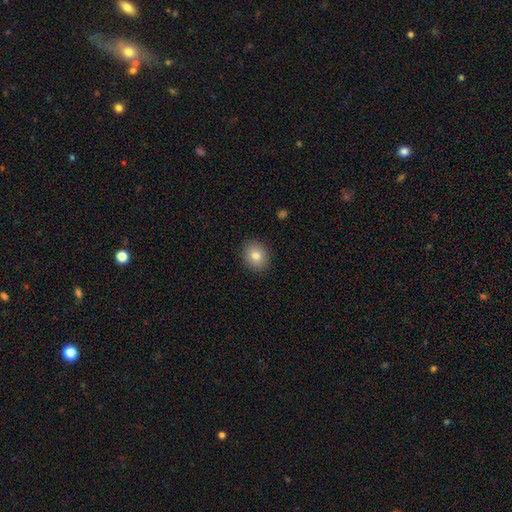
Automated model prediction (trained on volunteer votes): The model was most divided on "how rounded": round: 65%, in between: 34%, cigar-shaped: 1%. More confident: merging — none (90%); smooth or featured — smooth (81%).